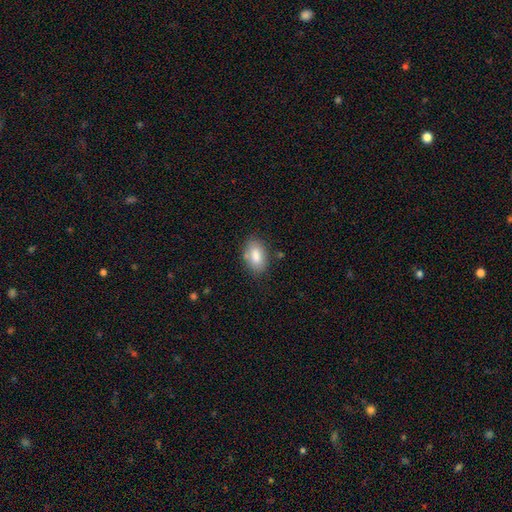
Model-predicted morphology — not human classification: Smooth or featured? Predicted: smooth (p=0.83). How rounded? Predicted: in between (p=0.91). Merging? Predicted: none (p=0.75).